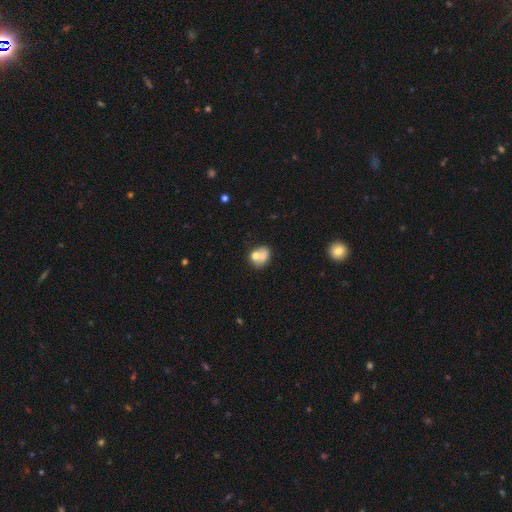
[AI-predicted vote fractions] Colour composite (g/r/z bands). It shows a smooth galaxy with no disk features (68%) that is round (51%). Merging: merger (43%).